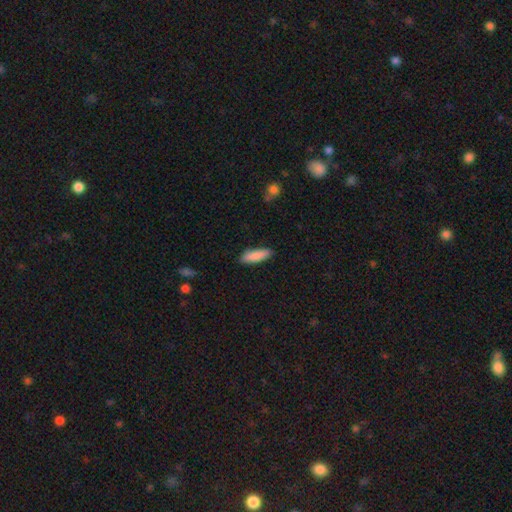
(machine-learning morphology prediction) smooth-or-featured: smooth: 87% | featured or disk: 8% | star or artifact: 6%
  how-rounded: cigar-shaped: 55% | in between: 43% | round: 2%
  merging: none: 87% | minor disturbance: 10% | major disturbance: 2% | merger: 1%